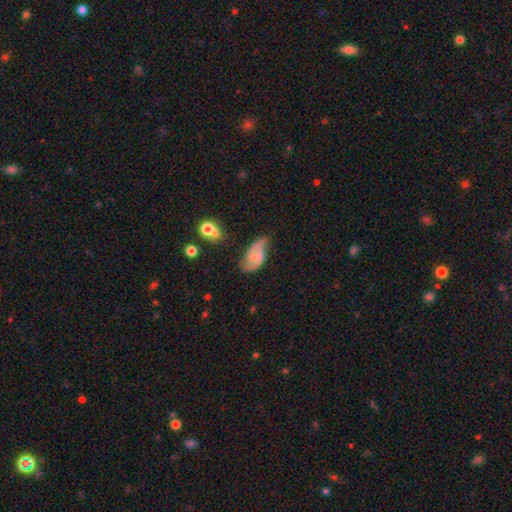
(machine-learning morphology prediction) Smooth or featured?
  - featured or disk: 58% *
  - smooth: 34%
  - star or artifact: 8%
Edge-on disk?
  - no: 95% *
  - yes: 5%
Bar?
  - weak: 44% *
  - no: 41%
  - strong: 15%
Spiral arms?
  - yes: 84% *
  - no: 16%
Bulge size?
  - none: 45% *
  - small: 38%
  - moderate: 14%
  - large: 2%
  - dominant: 1%
Merging?
  - none: 47% *
  - minor disturbance: 33%
  - major disturbance: 15%
  - merger: 5%